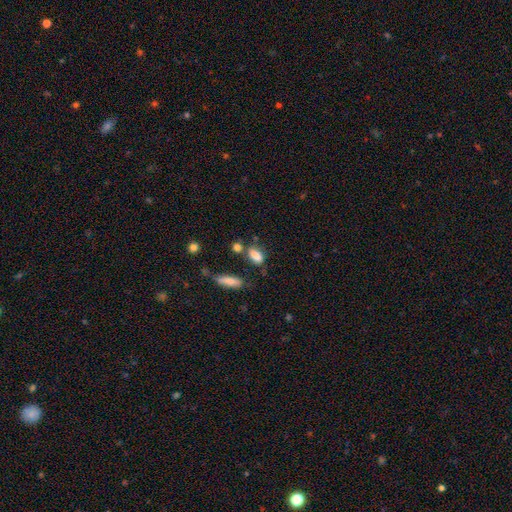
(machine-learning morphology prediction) type=smooth (83%); roundness=in between (80%); merging=none (59%).